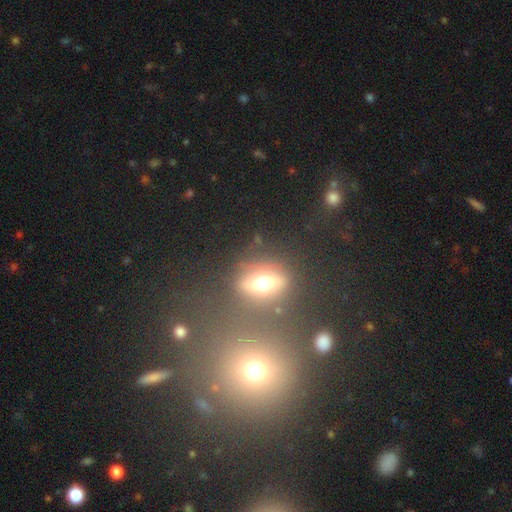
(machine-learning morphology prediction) This is possibly a smooth galaxy (46%). Merging: possibly none (55%).